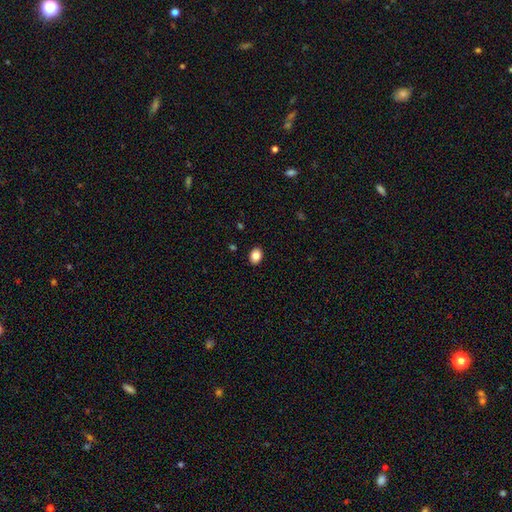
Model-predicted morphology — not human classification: A smooth galaxy with no disk features (85%) that is in between round and cigar-shaped (71%).

Vote fractions:
- Smooth or featured? smooth: 85% / star or artifact: 9% / featured or disk: 6%
- How rounded? in between: 71% / round: 28% / cigar-shaped: 1%
- Merging? none: 90% / minor disturbance: 7% / major disturbance: 2% / merger: 1%